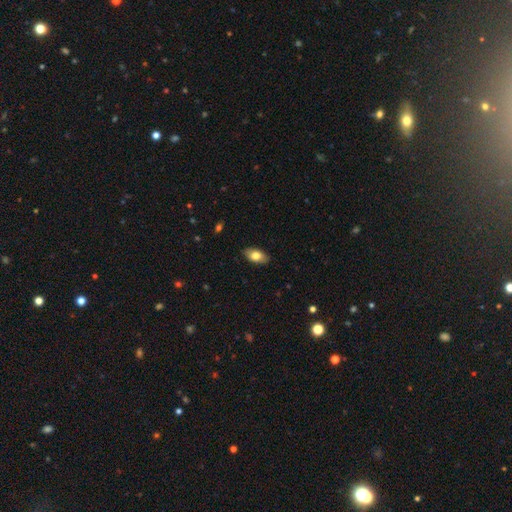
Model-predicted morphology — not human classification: Overall: smooth (77%). How rounded: in between (92%). Merging: none (87%).